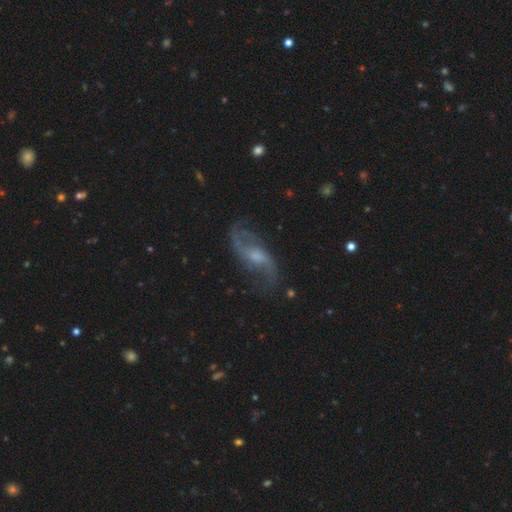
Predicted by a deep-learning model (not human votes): Q: Smooth or featured?
A: featured or disk (86%); runner-up: smooth (8%)
Q: Edge-on disk?
A: no (95%); runner-up: yes (5%)
Q: Bar?
A: weak (49%); runner-up: no (39%)
Q: Spiral arms?
A: yes (95%); runner-up: no (5%)
Q: Spiral winding?
A: loose (72%); runner-up: medium (23%)
Q: Spiral arm count?
A: 2 (91%); runner-up: can't tell (3%)
Q: Bulge size?
A: moderate (41%); runner-up: small (40%)
Q: Merging?
A: none (73%); runner-up: minor disturbance (16%)